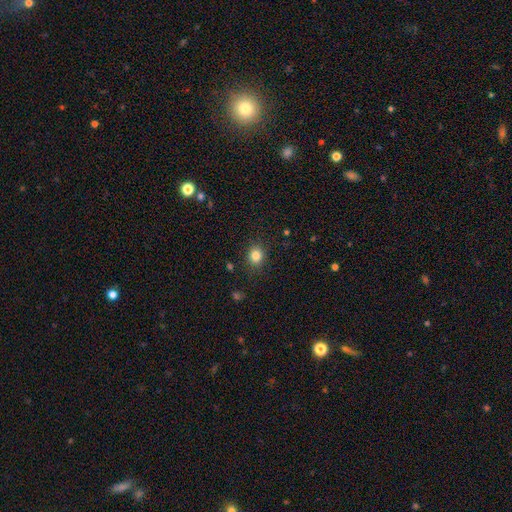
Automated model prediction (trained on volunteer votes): Q: Smooth or featured?
A: smooth (83%); runner-up: star or artifact (11%)
Q: How rounded?
A: round (65%); runner-up: in between (34%)
Q: Merging?
A: none (86%); runner-up: minor disturbance (10%)